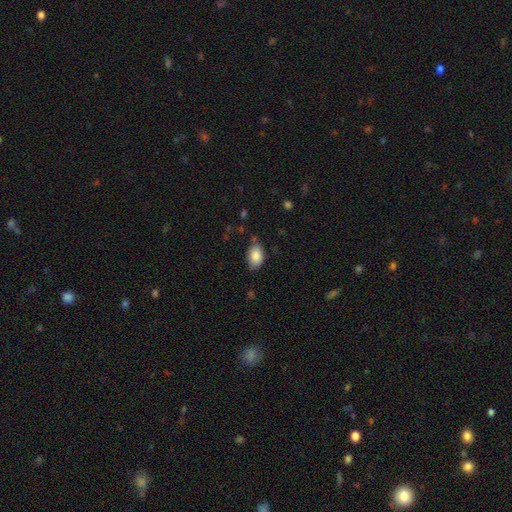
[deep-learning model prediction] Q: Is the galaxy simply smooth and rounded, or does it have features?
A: smooth — 86%.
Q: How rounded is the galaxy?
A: in between — 89%.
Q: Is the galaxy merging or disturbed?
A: none — 73%.